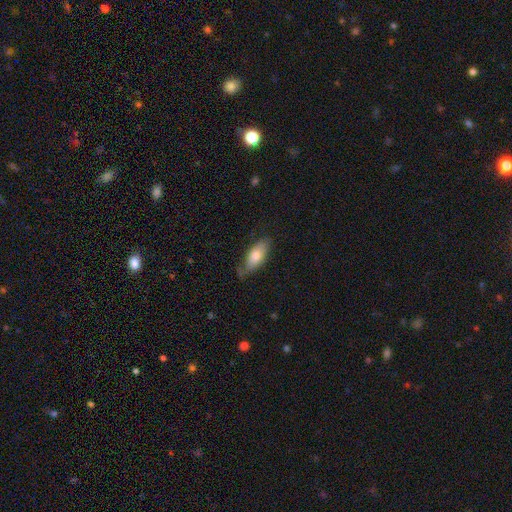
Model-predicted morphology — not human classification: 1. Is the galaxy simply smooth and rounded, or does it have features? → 71% smooth, 23% featured or disk, 6% star or artifact.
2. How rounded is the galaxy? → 83% in between, 15% cigar-shaped, 2% round.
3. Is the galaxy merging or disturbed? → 62% none, 29% minor disturbance, 8% major disturbance, 2% merger.